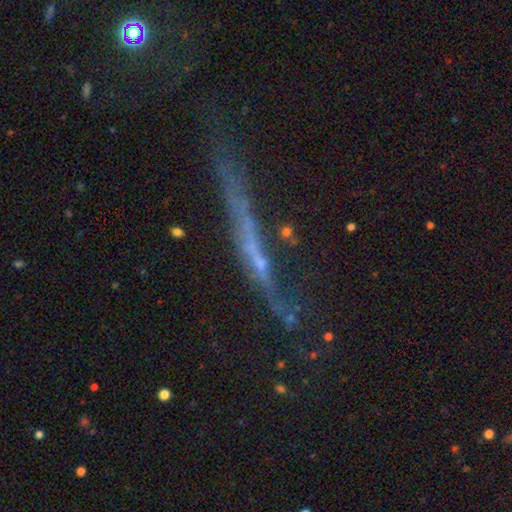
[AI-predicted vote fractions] Q: Smooth or featured?
A: featured or disk (56%); runner-up: smooth (23%)
Q: Edge-on disk?
A: yes (76%); runner-up: no (24%)
Q: Merging?
A: none (52%); runner-up: minor disturbance (21%)